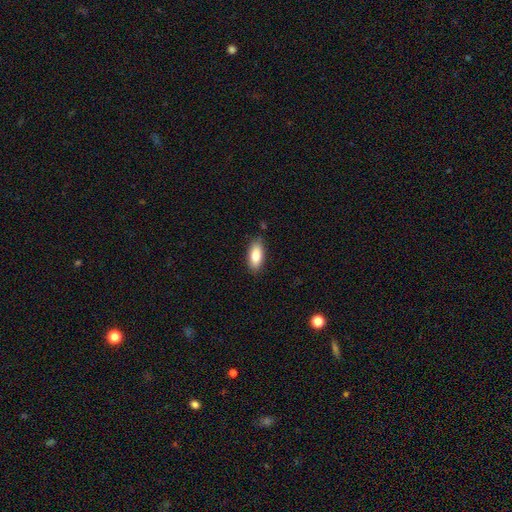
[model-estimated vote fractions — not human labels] Smooth or featured? smooth (85%)
How rounded? in between (86%)
Merging? none (84%)